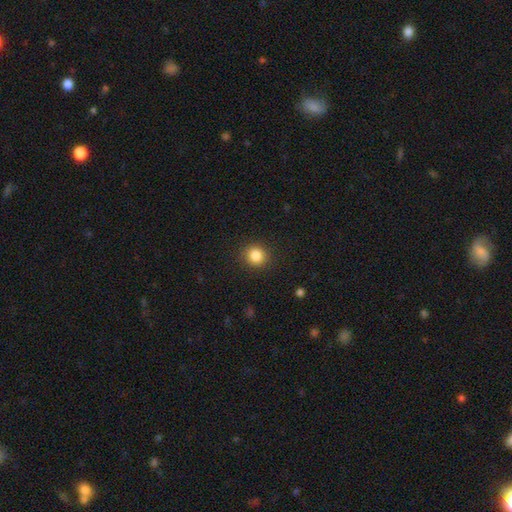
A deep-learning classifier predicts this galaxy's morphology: This is clearly a smooth galaxy (85%). How rounded: clearly round (90%). Merging: clearly none (90%).